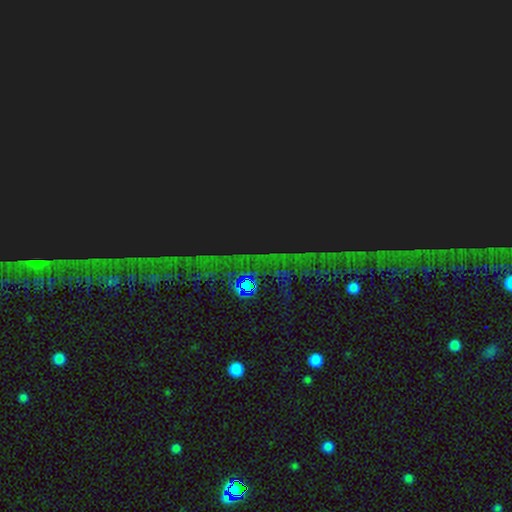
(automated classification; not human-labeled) Smooth or featured?
  - star or artifact: 85% *
  - featured or disk: 8%
  - smooth: 7%